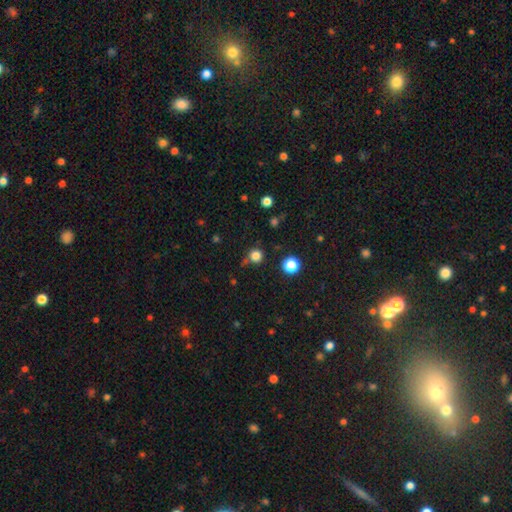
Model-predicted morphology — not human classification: smooth 80%, star or artifact 15%, featured or disk 4%. Down the decision tree: how rounded — round (93%); merging — none (73%).